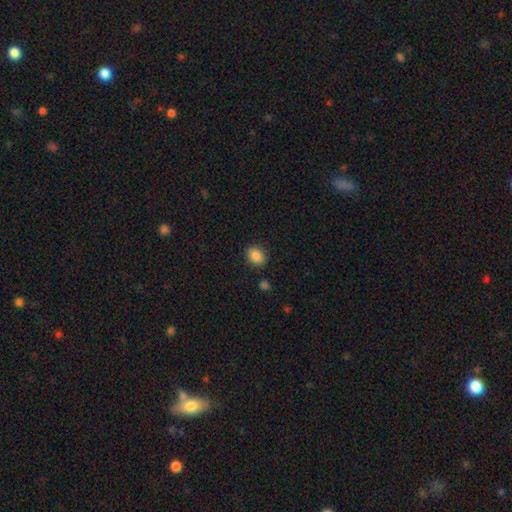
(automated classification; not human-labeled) Overall: smooth (86%). How rounded: in between (52%; round 47%). Merging: none (87%).